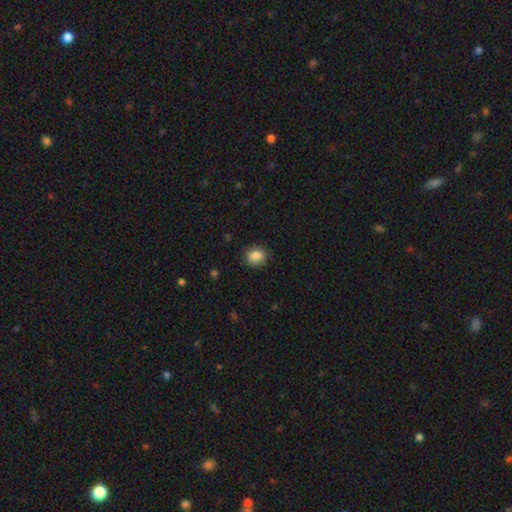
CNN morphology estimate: Smooth or featured?
  - smooth: 86% *
  - star or artifact: 9%
  - featured or disk: 5%
How rounded?
  - round: 71% *
  - in between: 28%
  - cigar-shaped: 1%
Merging?
  - none: 86% *
  - minor disturbance: 10%
  - major disturbance: 3%
  - merger: 1%